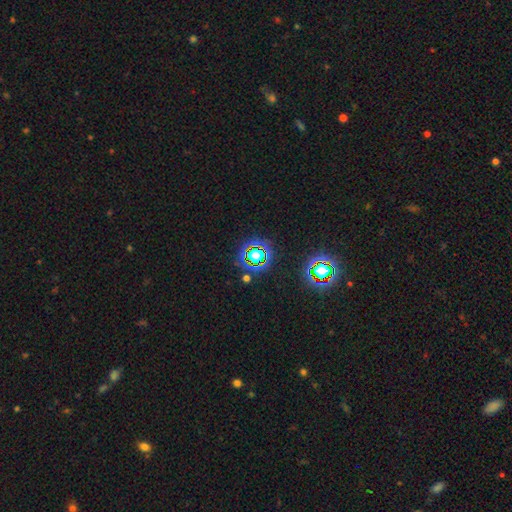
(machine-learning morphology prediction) This is likely a star or artifact rather than a galaxy (73%).